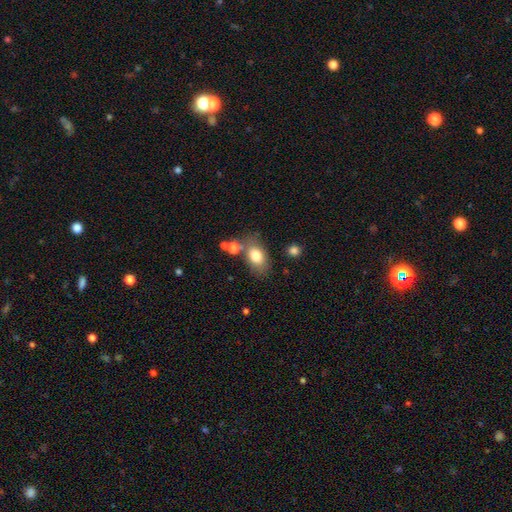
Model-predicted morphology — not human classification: A smooth galaxy with no disk features (79%) that is in between round and cigar-shaped (82%).

Vote fractions:
- Smooth or featured? smooth: 79% / featured or disk: 13% / star or artifact: 9%
- How rounded? in between: 82% / round: 16% / cigar-shaped: 2%
- Merging? none: 62% / minor disturbance: 17% / merger: 14% / major disturbance: 7%